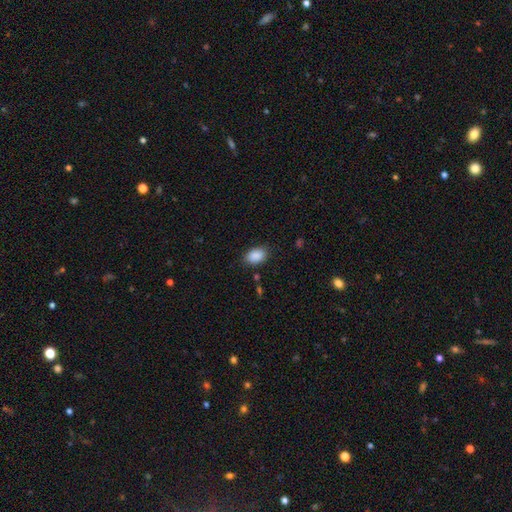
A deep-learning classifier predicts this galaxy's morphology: smooth 90%, star or artifact 7%, featured or disk 3%. Down the decision tree: how rounded — in between (86%); merging — none (84%).